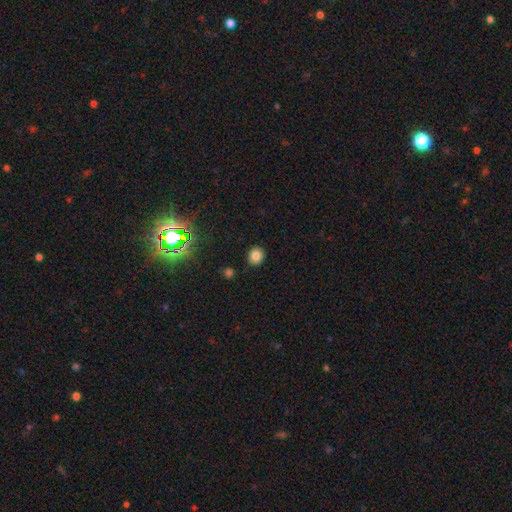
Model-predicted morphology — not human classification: smooth 80%, star or artifact 14%, featured or disk 5%. Down the decision tree: how rounded — round (81%); merging — none (89%).